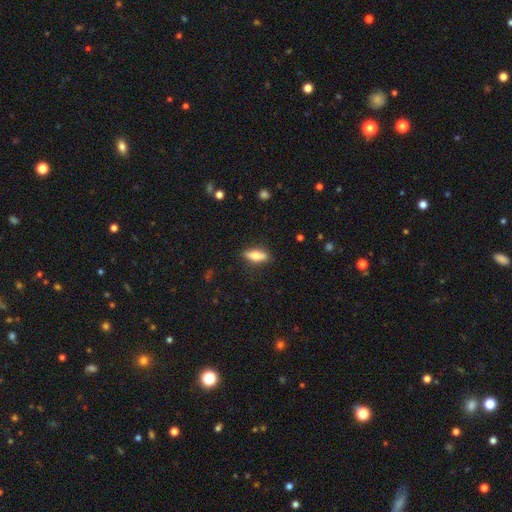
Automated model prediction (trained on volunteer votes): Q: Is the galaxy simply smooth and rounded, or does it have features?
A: smooth — 65%.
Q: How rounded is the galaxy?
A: in between — 61%.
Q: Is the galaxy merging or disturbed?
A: none — 84%.